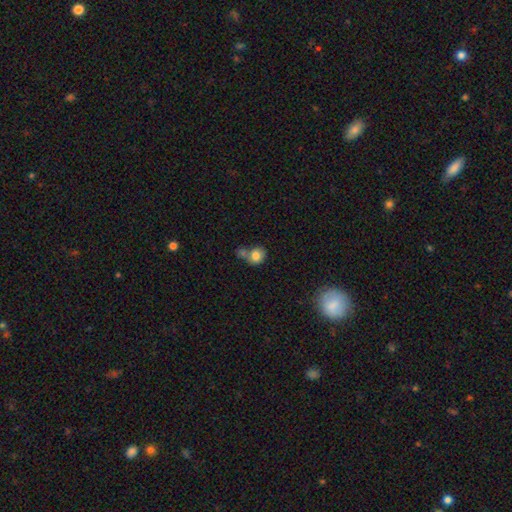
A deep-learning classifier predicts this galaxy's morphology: Smooth or featured?
  - smooth: 80% *
  - featured or disk: 11%
  - star or artifact: 9%
How rounded?
  - round: 71% *
  - in between: 28%
  - cigar-shaped: 1%
Merging?
  - merger: 44% *
  - none: 37%
  - minor disturbance: 13%
  - major disturbance: 6%